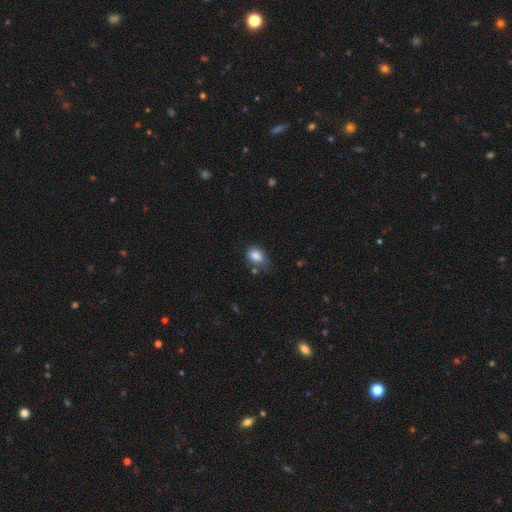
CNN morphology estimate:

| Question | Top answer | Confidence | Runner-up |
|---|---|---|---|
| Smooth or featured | smooth | 84% | star or artifact (9%) |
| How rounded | in between | 67% | round (32%) |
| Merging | none | 53% | minor disturbance (30%) |